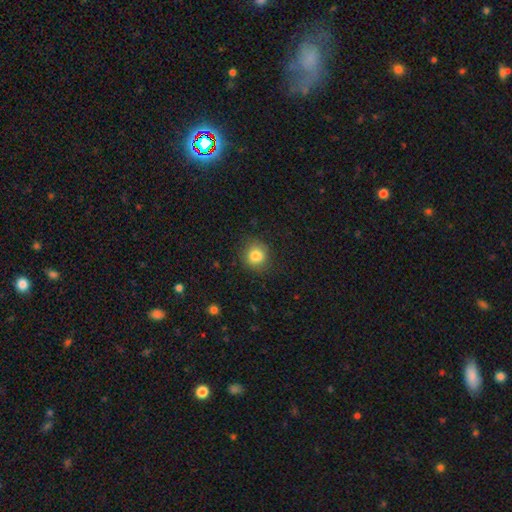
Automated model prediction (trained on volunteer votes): smooth 83%, star or artifact 10%, featured or disk 7%. Down the decision tree: how rounded — round (81%); merging — none (80%).